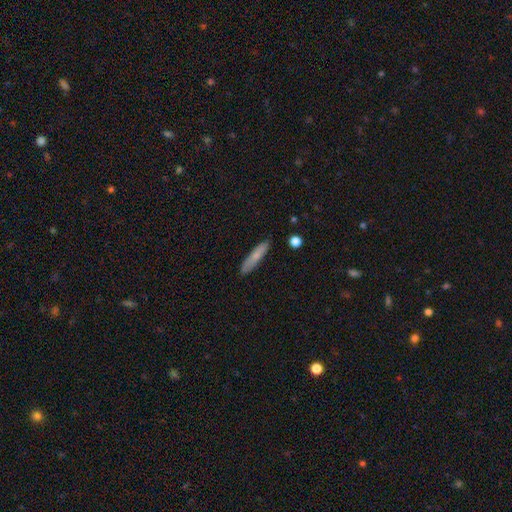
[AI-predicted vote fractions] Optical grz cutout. It shows a smooth galaxy with no disk features (71%) that is cigar-shaped (86%). Merging: none (86%).